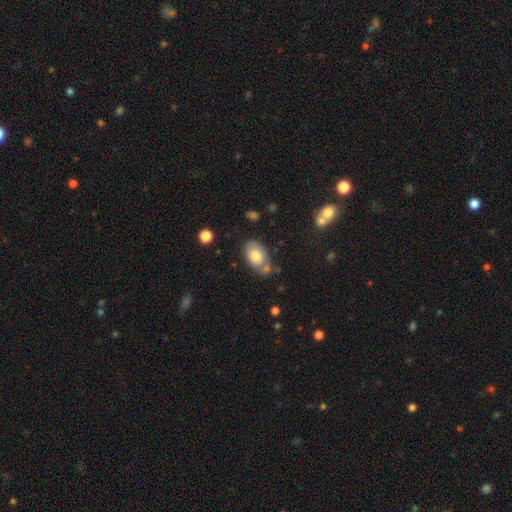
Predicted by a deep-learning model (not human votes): A smooth galaxy with no disk features (75%) that is in between round and cigar-shaped (89%). Merging: none (56%).